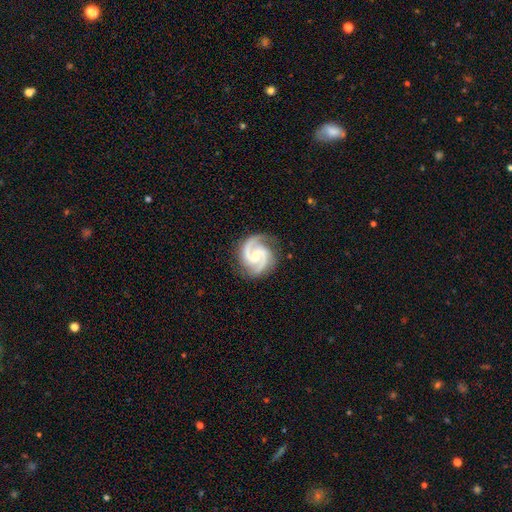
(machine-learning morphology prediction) Smooth or featured?
  - featured or disk: 93% *
  - star or artifact: 4%
  - smooth: 3%
Edge-on disk?
  - no: 98% *
  - yes: 2%
Bar?
  - no: 48% *
  - weak: 41%
  - strong: 11%
Spiral arms?
  - yes: 99% *
  - no: 1%
Spiral winding?
  - medium: 56% *
  - tight: 36%
  - loose: 7%
Spiral arm count?
  - 2: 88% *
  - 3: 7%
  - can't tell: 2%
  - 1: 1%
  - 4: 1%
  - more than 4: 1%
Bulge size?
  - small: 52% *
  - moderate: 43%
  - none: 3%
  - large: 1%
  - dominant: 1%
Merging?
  - none: 82% *
  - minor disturbance: 13%
  - major disturbance: 4%
  - merger: 1%